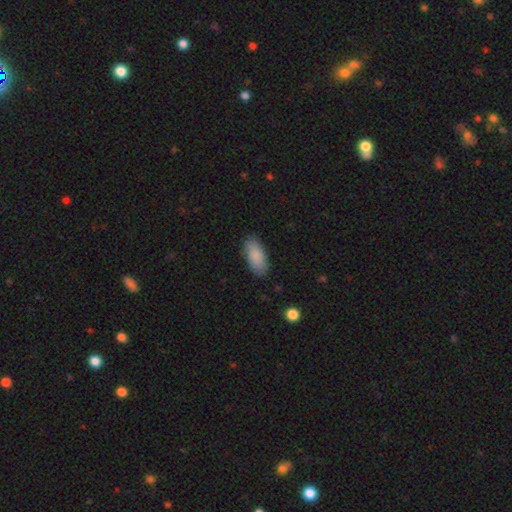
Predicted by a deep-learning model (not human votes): Morphology: type=smooth (88%); roundness=in between (88%); merging=none (84%).